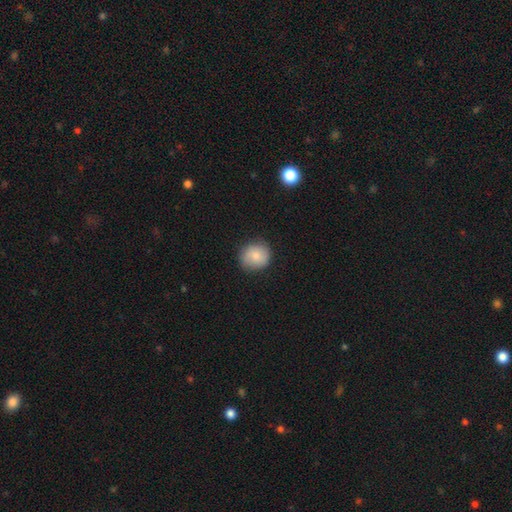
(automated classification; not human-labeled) Morphology: type=smooth (80%); roundness=round (85%); merging=none (83%).